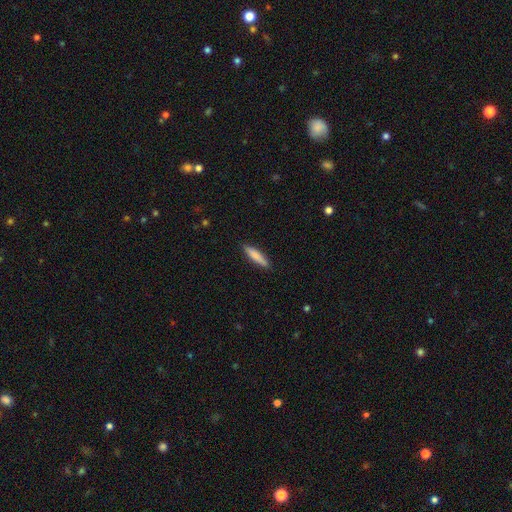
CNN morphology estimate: This appears to be a smooth galaxy with no disk features (79%) that is cigar-shaped (84%). Merging: none (88%).